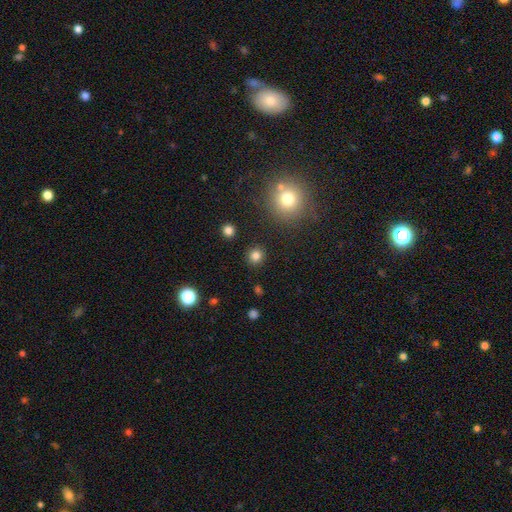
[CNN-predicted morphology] smooth 81%, star or artifact 14%, featured or disk 5%. Down the decision tree: how rounded — round (91%); merging — none (91%).